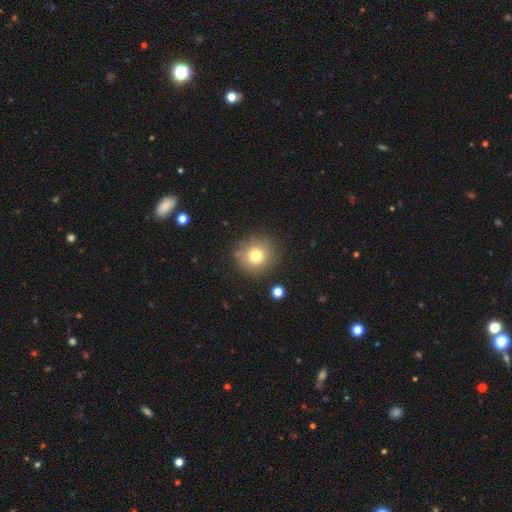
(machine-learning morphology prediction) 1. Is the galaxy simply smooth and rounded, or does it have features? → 76% smooth, 13% star or artifact, 11% featured or disk.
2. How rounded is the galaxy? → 93% round, 6% in between, 1% cigar-shaped.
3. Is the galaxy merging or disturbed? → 85% none, 9% minor disturbance, 3% major disturbance, 3% merger.